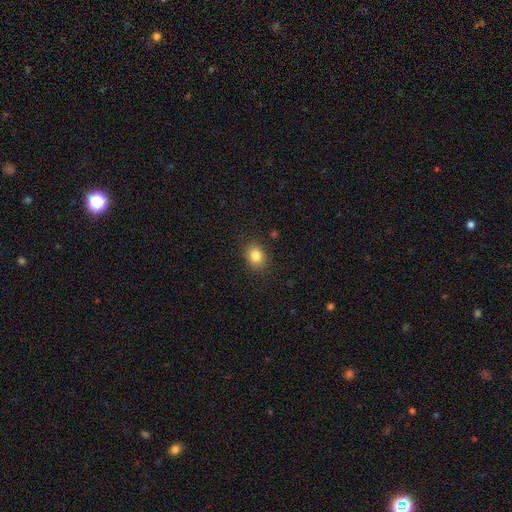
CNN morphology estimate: smooth_or_featured: smooth (p=0.83) [alt: star or artifact p=0.10]
how_rounded: in between (p=0.56) [alt: round p=0.43]
merging: none (p=0.87) [alt: minor disturbance p=0.09]